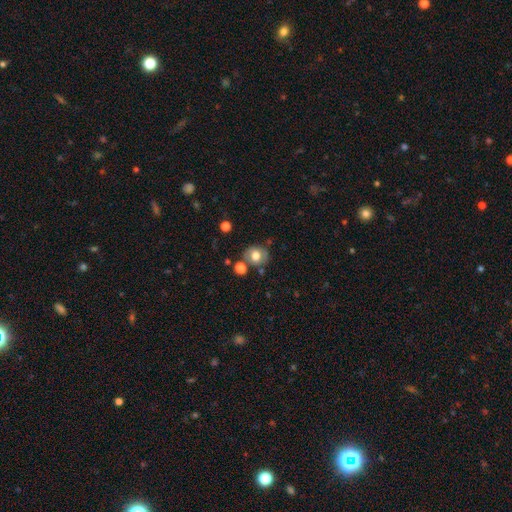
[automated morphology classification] This appears to be a smooth galaxy with no disk features (70%) that is round (75%). Merging: none (69%).